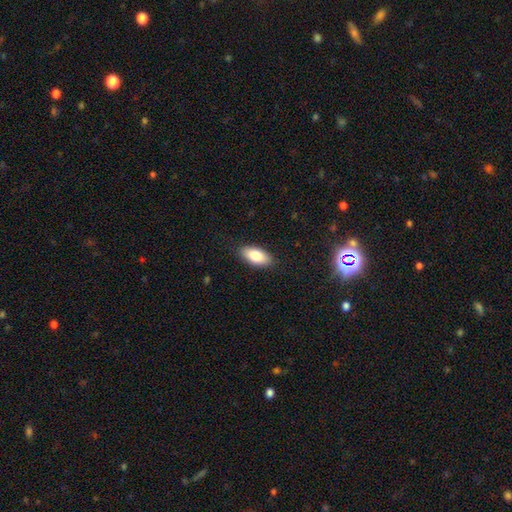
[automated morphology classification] smooth-or-featured: smooth: 84% | featured or disk: 9% | star or artifact: 7%
  how-rounded: in between: 90% | cigar-shaped: 7% | round: 3%
  merging: none: 87% | minor disturbance: 10% | major disturbance: 2% | merger: 1%